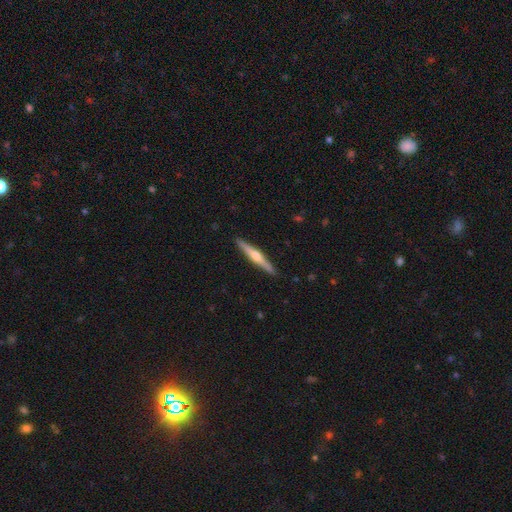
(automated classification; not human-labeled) Morphology: type=featured or disk (66%); edge-on=yes (98%); edge-on bulge=rounded (85%); merging=none (91%).